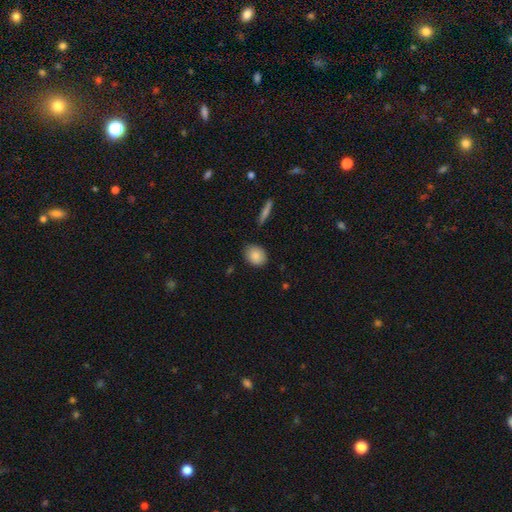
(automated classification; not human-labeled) smooth 87%, star or artifact 7%, featured or disk 6%. Down the decision tree: how rounded — round (49%, tied with in between); merging — none (84%).